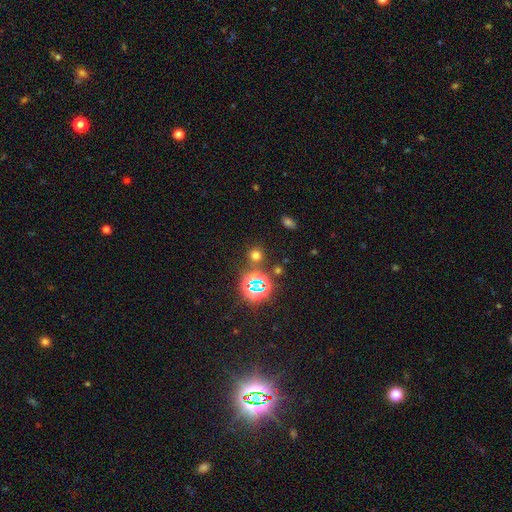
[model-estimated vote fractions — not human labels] smooth 58%, star or artifact 35%, featured or disk 7%. Down the decision tree: how rounded — round (88%); merging — none (82%).